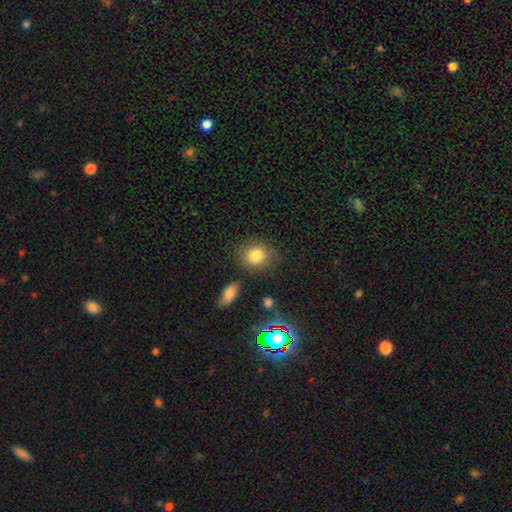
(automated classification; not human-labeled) Morphology: type=smooth (83%); roundness=round (65%); merging=none (80%).